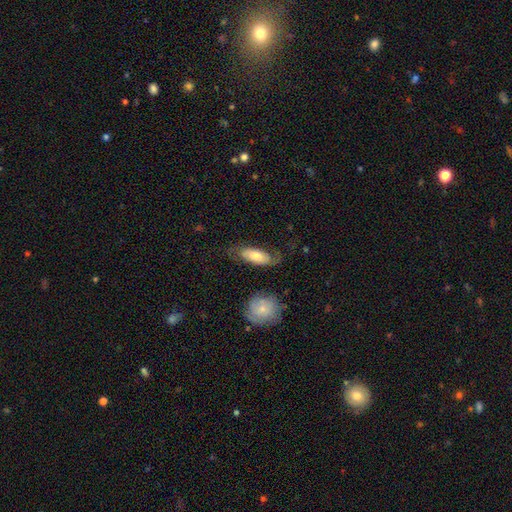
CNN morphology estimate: Overall: smooth (56%; featured or disk 38%). How rounded: in between (80%). Merging: none (62%).